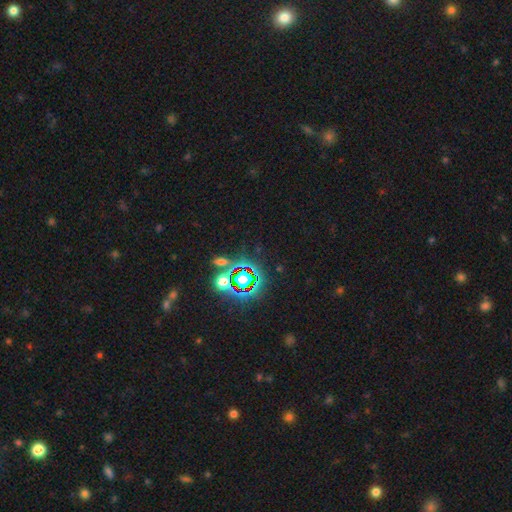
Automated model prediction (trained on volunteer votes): This appears to be a star or artifact, not a galaxy (78%).